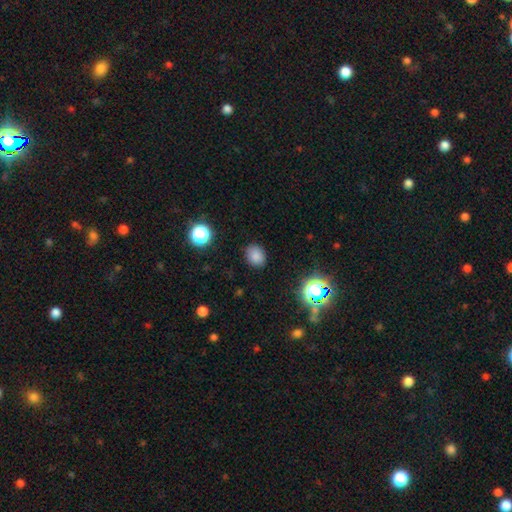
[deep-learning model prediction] Smooth or featured?
  - smooth: 81% *
  - star or artifact: 14%
  - featured or disk: 5%
How rounded?
  - round: 53% *
  - in between: 46%
  - cigar-shaped: 1%
Merging?
  - none: 84% *
  - minor disturbance: 11%
  - major disturbance: 3%
  - merger: 1%